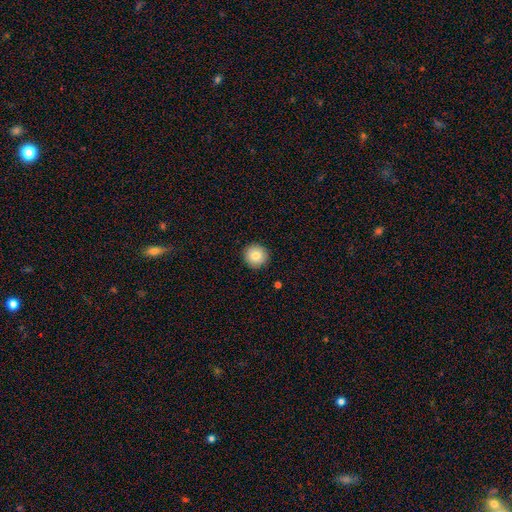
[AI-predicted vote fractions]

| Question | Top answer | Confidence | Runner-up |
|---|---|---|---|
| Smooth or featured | smooth | 83% | featured or disk (9%) |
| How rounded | round | 95% | in between (4%) |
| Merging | none | 92% | minor disturbance (6%) |